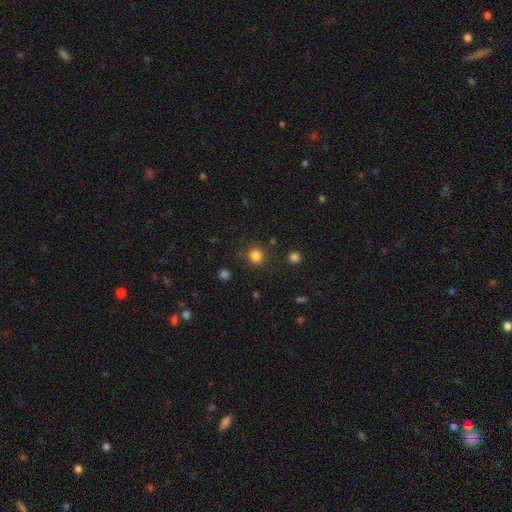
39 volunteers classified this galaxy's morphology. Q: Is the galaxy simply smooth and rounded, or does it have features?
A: smooth — 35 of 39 (90%).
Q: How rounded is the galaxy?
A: round — 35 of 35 (100%).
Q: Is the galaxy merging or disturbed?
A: none — 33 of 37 (89%).